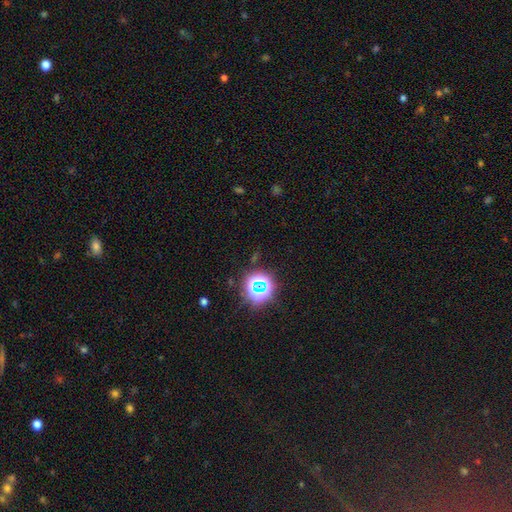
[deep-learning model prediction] This is likely a star or artifact rather than a galaxy (73%).